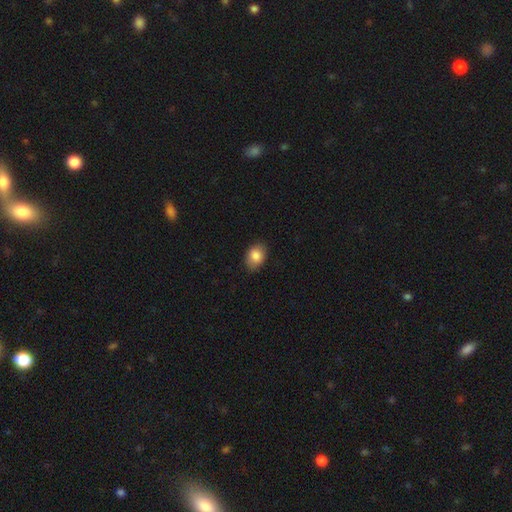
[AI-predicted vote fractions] Morphology: type=smooth (85%); roundness=in between (72%); merging=none (81%).